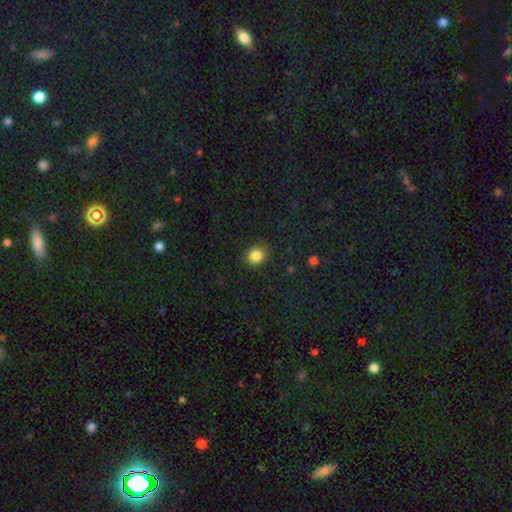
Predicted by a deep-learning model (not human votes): Overall: smooth (85%). How rounded: round (82%). Merging: none (87%).